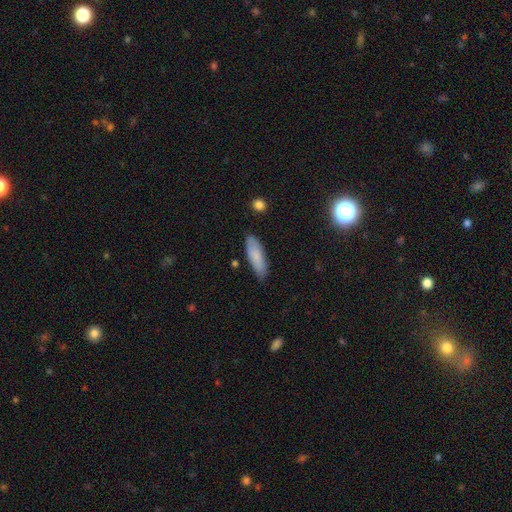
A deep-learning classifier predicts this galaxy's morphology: Smooth or featured?
  - smooth: 80% *
  - featured or disk: 13%
  - star or artifact: 7%
How rounded?
  - in between: 53% *
  - cigar-shaped: 45%
  - round: 2%
Merging?
  - none: 81% *
  - minor disturbance: 15%
  - major disturbance: 3%
  - merger: 2%